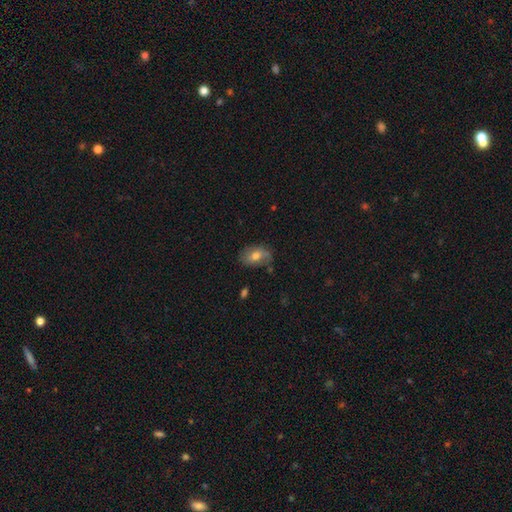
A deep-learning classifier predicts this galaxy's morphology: Q: Smooth or featured?
A: smooth (60%); runner-up: featured or disk (31%)
Q: How rounded?
A: in between (83%); runner-up: round (15%)
Q: Merging?
A: none (63%); runner-up: minor disturbance (26%)